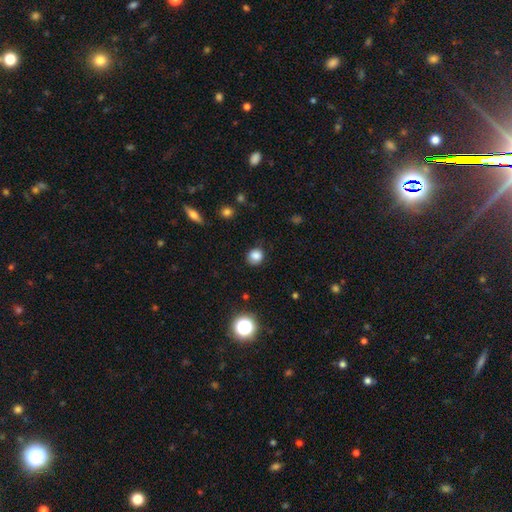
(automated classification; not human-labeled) smooth-or-featured: smooth: 83% | star or artifact: 12% | featured or disk: 5%
  how-rounded: round: 79% | in between: 20% | cigar-shaped: 1%
  merging: none: 80% | minor disturbance: 15% | major disturbance: 4% | merger: 1%